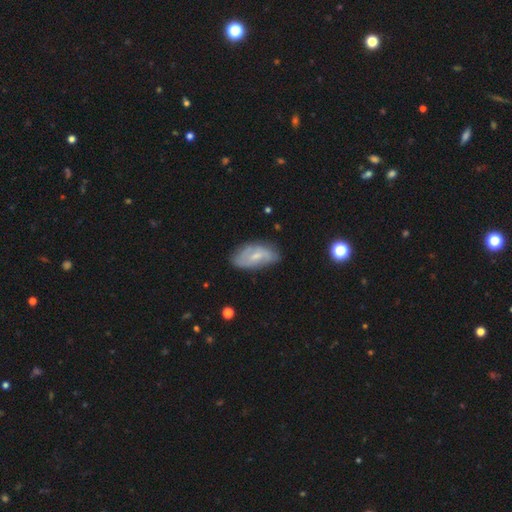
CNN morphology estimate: A featured or disk galaxy (53%).

Vote fractions:
- Smooth or featured? featured or disk: 53% / smooth: 40% / star or artifact: 7%
- Edge-on disk? no: 92% / yes: 8%
- Merging? none: 66% / minor disturbance: 25% / major disturbance: 7% / merger: 2%